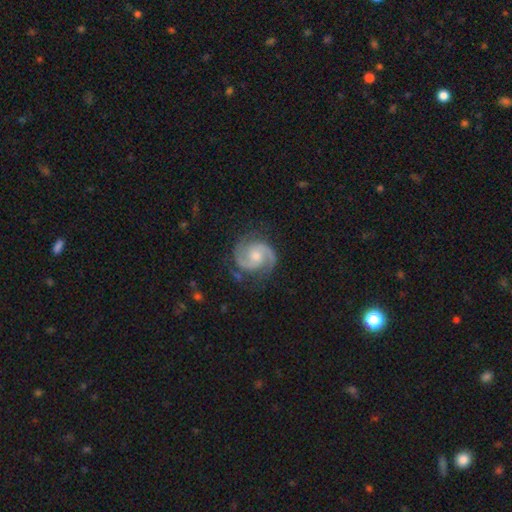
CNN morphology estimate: This is clearly a featured or disk galaxy (90%). It is clearly not viewed edge-on (98%). Bar: possibly no (57%). Spiral arm pattern: clearly yes (98%). Spiral arm count: clearly 2 (92%). Spiral winding: possibly medium (56%). Central bulge: possibly moderate (54%). Merging: likely none (78%).